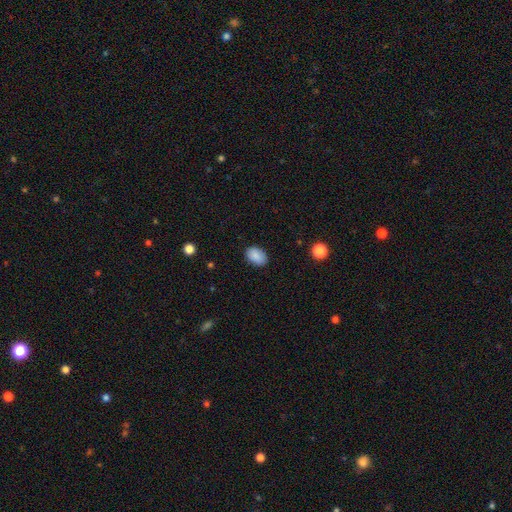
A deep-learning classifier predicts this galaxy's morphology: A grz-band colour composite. It shows a smooth galaxy with no disk features (87%) that is in between round and cigar-shaped (85%). Merging: none (86%).